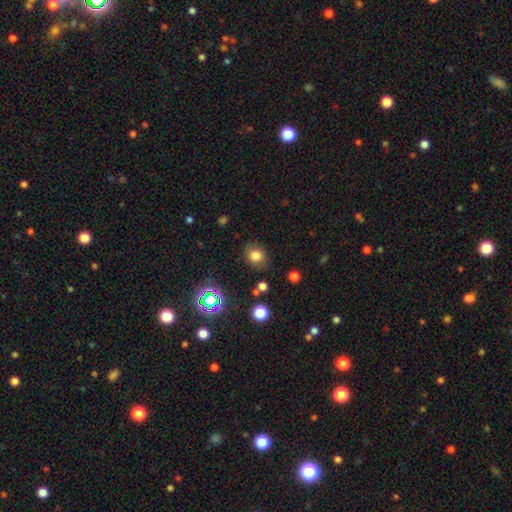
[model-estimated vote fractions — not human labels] smooth 76%, star or artifact 16%, featured or disk 8%. Down the decision tree: how rounded — round (68%); merging — none (79%).